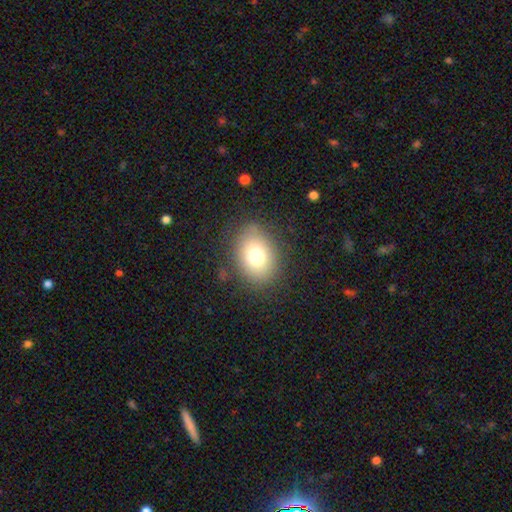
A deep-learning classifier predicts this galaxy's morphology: Smooth or featured? Predicted: smooth (p=0.76). How rounded? Predicted: in between (p=0.59). Merging? Predicted: none (p=0.83).